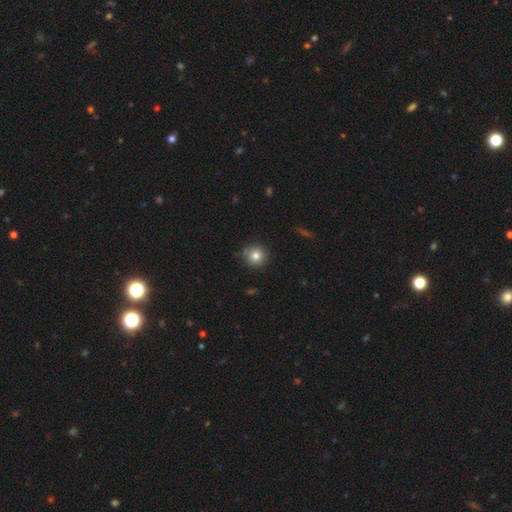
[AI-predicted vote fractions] Smooth or featured? smooth (81%)
How rounded? round (94%)
Merging? none (86%)